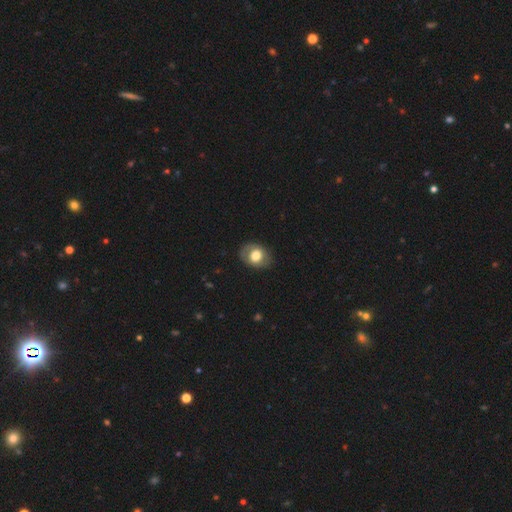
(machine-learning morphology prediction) This appears to be a smooth galaxy with no disk features (65%) that is in between round and cigar-shaped (53%). Merging: none (80%).